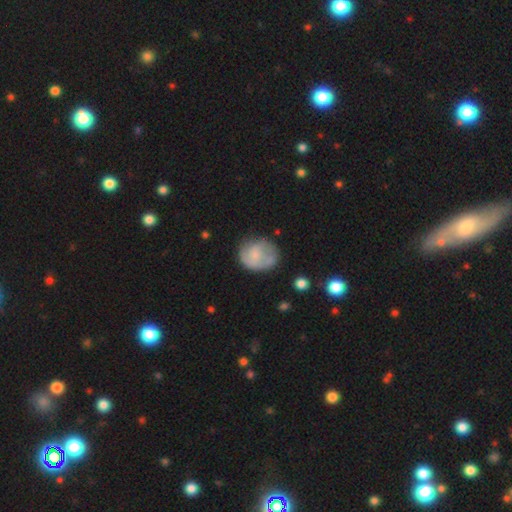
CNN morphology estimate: Smooth or featured? Predicted: smooth (p=0.53). How rounded? Predicted: round (p=0.69). Merging? Predicted: none (p=0.53).